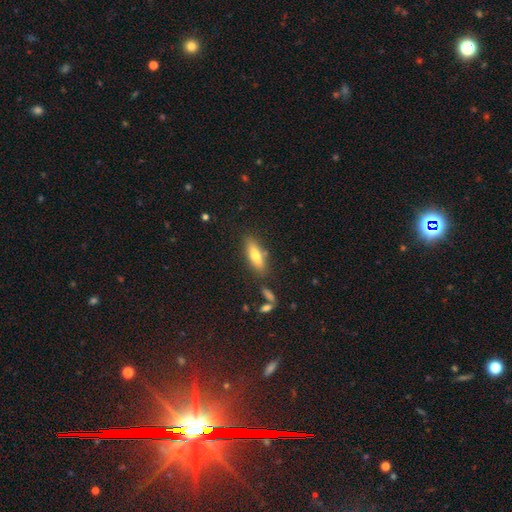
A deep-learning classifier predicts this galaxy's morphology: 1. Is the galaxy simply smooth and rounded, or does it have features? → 71% smooth, 22% featured or disk, 7% star or artifact.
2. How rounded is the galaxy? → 55% in between, 43% cigar-shaped, 2% round.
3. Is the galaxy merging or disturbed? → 80% none, 12% minor disturbance, 5% merger, 3% major disturbance.